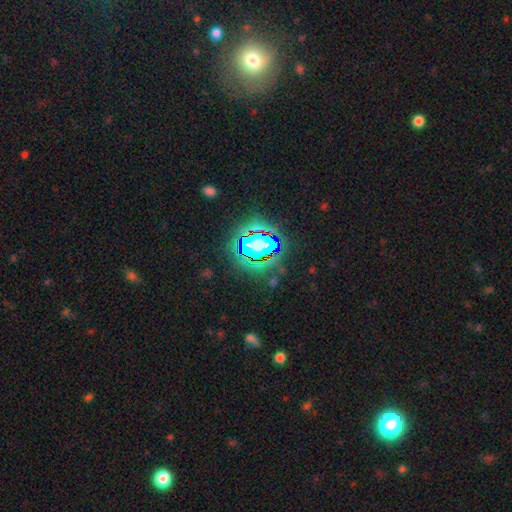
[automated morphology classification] This appears to be a star or artifact, not a galaxy (69%).